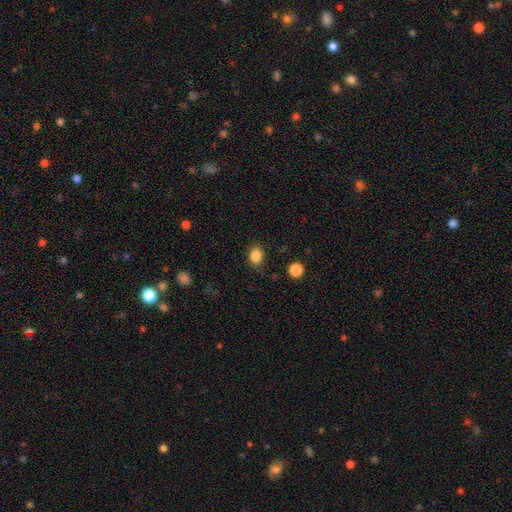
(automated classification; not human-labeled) A smooth galaxy with no disk features (86%) that is in between round and cigar-shaped (65%).

Vote fractions:
- Smooth or featured? smooth: 86% / star or artifact: 10% / featured or disk: 4%
- How rounded? in between: 65% / round: 34% / cigar-shaped: 1%
- Merging? none: 81% / minor disturbance: 14% / major disturbance: 4% / merger: 2%